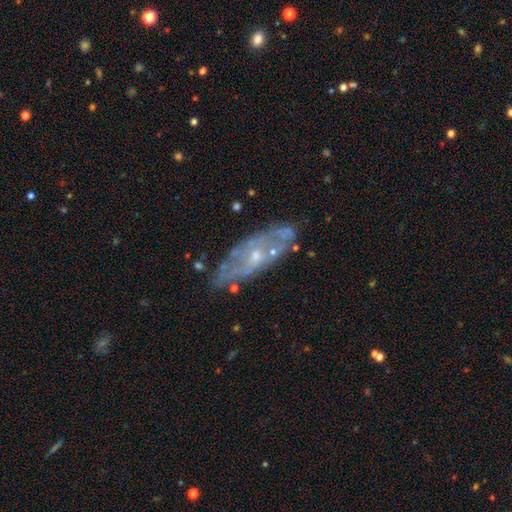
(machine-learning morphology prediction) featured or disk 69%, smooth 24%, star or artifact 7%. Down the decision tree: edge-on disk — no (76%); bar — no (75%); spiral arms — no (53%); bulge size — small (58%); merging — none (70%).